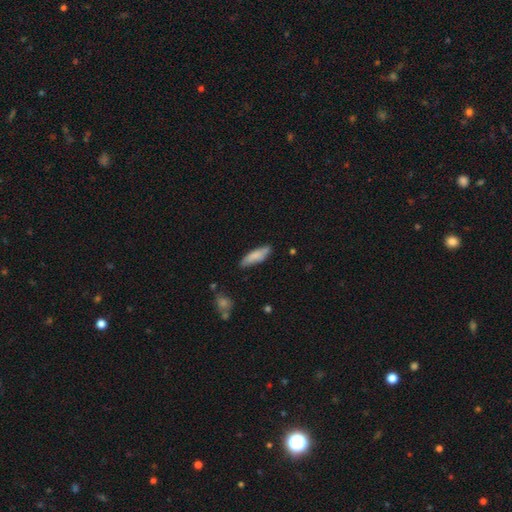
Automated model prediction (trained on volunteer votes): Overall: smooth (78%). How rounded: cigar-shaped (52%; in between 46%). Merging: none (73%).